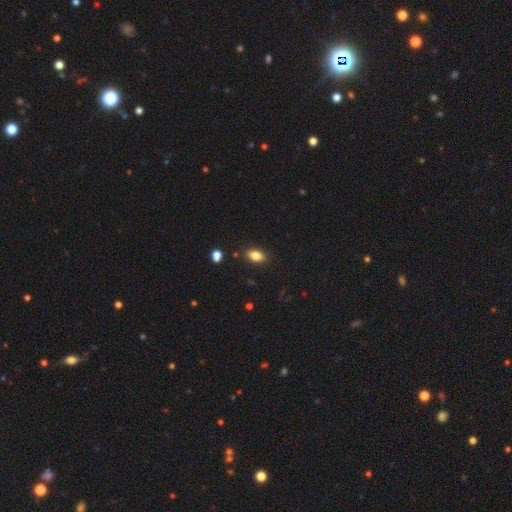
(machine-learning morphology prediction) Smooth or featured? Predicted: smooth (p=0.84). How rounded? Predicted: in between (p=0.89). Merging? Predicted: none (p=0.86).